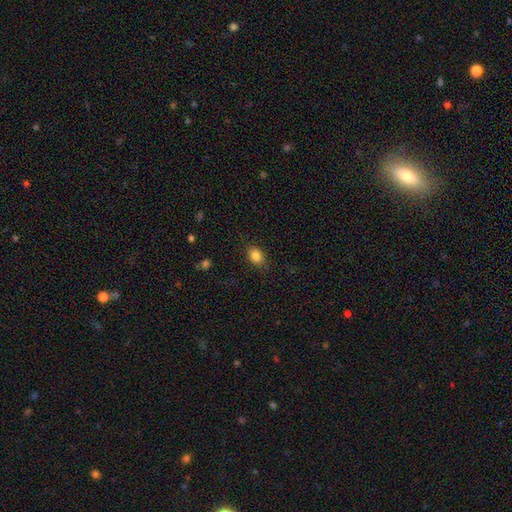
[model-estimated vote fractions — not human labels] A smooth galaxy with no disk features (84%) that is in between round and cigar-shaped (67%).

Vote fractions:
- Smooth or featured? smooth: 84% / star or artifact: 10% / featured or disk: 6%
- How rounded? in between: 67% / round: 32% / cigar-shaped: 1%
- Merging? none: 83% / minor disturbance: 13% / major disturbance: 3% / merger: 1%